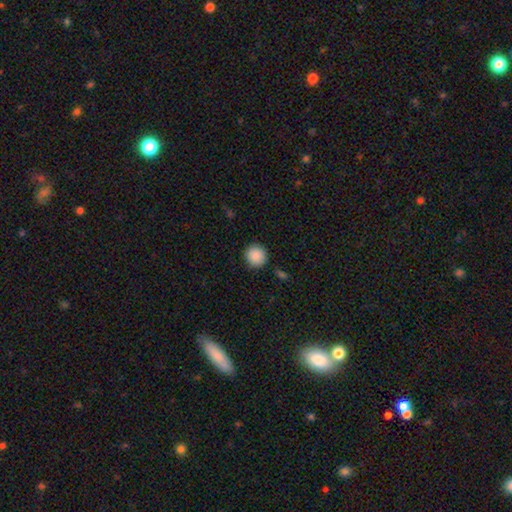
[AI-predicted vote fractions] This appears to be a smooth galaxy with no disk features (89%) that is round (93%). Merging: none (89%).